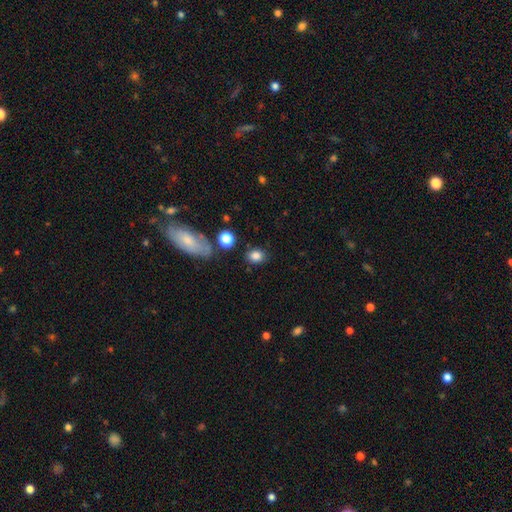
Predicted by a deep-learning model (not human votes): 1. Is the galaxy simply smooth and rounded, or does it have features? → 84% smooth, 10% star or artifact, 6% featured or disk.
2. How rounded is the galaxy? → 51% in between, 48% round, 1% cigar-shaped.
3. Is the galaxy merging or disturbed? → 80% none, 12% minor disturbance, 5% merger, 4% major disturbance.